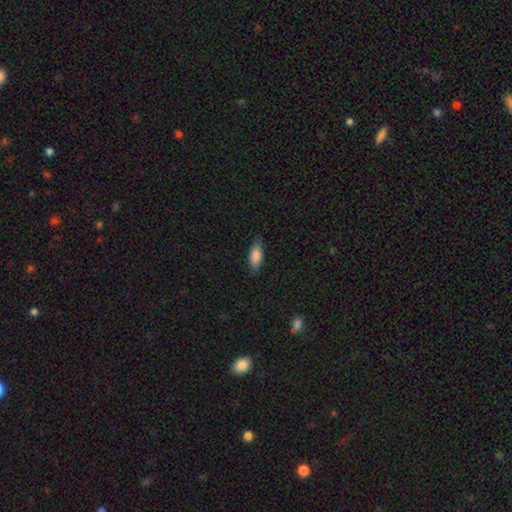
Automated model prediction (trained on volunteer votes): smooth_or_featured: smooth (p=0.83) [alt: featured or disk p=0.11]
how_rounded: in between (p=0.74) [alt: cigar-shaped p=0.24]
merging: none (p=0.84) [alt: minor disturbance p=0.12]